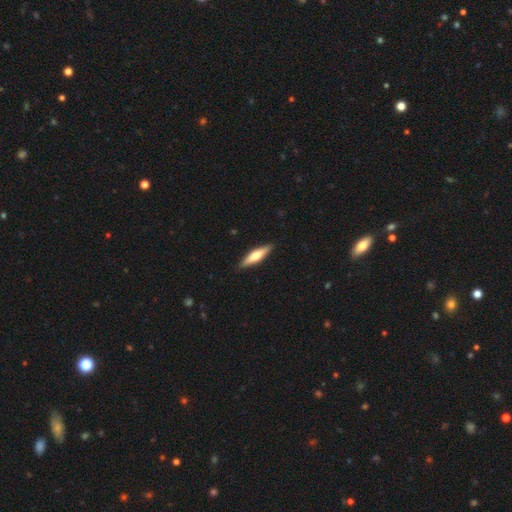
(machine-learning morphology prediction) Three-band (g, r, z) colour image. It shows a smooth galaxy with no disk features (52%) that is cigar-shaped (73%). Merging: none (89%).